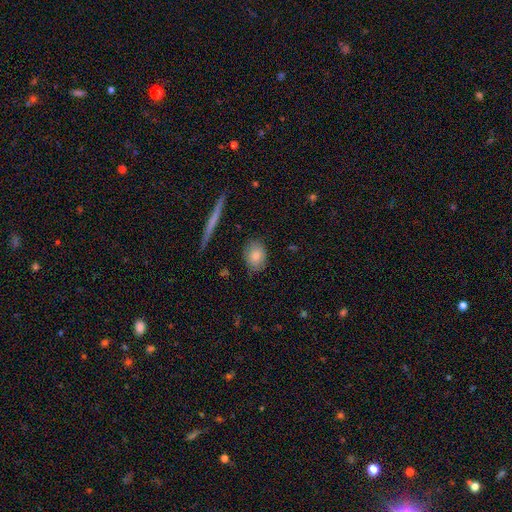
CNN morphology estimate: smooth-or-featured: smooth: 76% | featured or disk: 15% | star or artifact: 9%
  how-rounded: in between: 54% | round: 42% | cigar-shaped: 4%
  merging: none: 85% | minor disturbance: 11% | major disturbance: 2% | merger: 2%